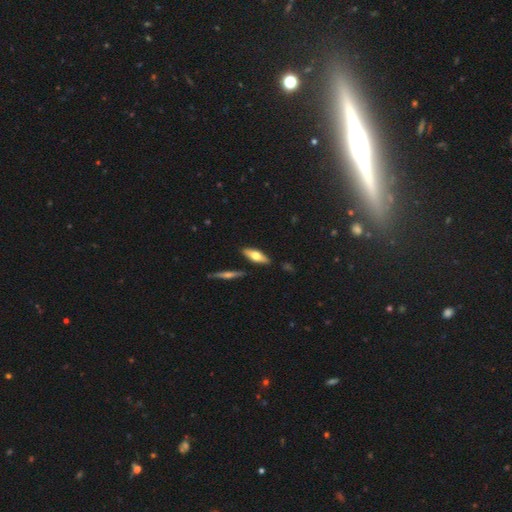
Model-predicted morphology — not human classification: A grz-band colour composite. It shows a smooth galaxy with no disk features (53%) that is in between round and cigar-shaped (57%). Merging: none (85%).